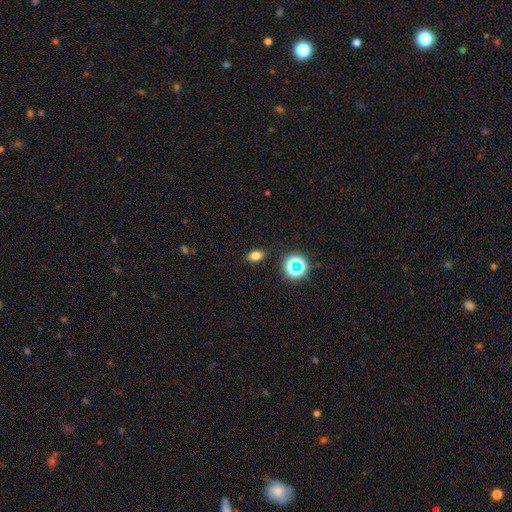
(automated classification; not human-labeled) A smooth galaxy with no disk features (72%) that is in between round and cigar-shaped (80%). Merging: none (88%).